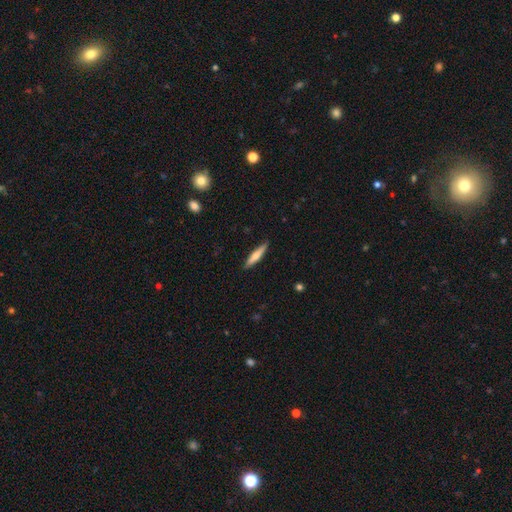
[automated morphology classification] smooth-or-featured: smooth: 61% | featured or disk: 33% | star or artifact: 6%
  how-rounded: cigar-shaped: 89% | in between: 10% | round: 1%
  merging: none: 90% | minor disturbance: 8% | major disturbance: 2% | merger: 1%